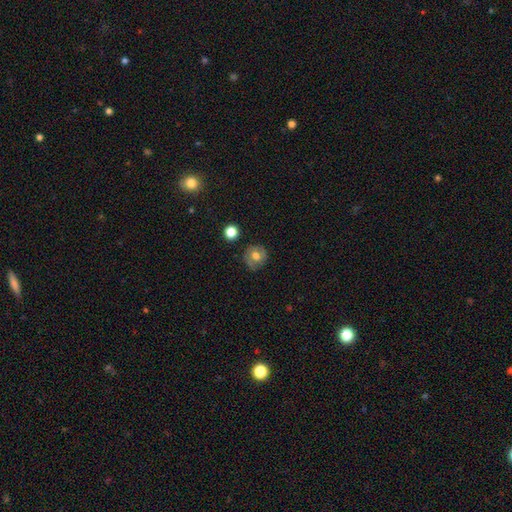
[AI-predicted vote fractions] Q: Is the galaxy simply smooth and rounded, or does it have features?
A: smooth — 61%.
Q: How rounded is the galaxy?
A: round — 87%.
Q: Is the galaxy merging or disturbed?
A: none — 78%.